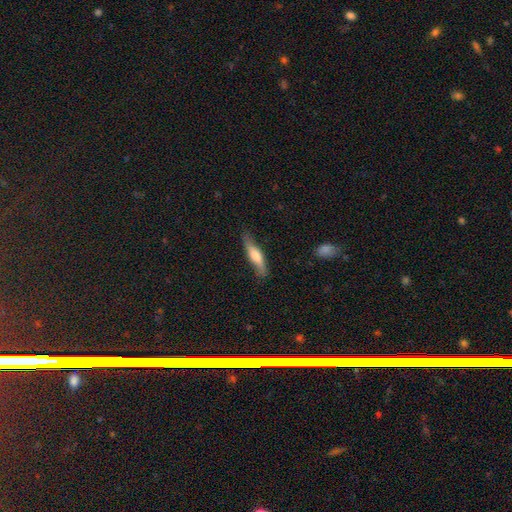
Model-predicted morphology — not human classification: smooth_or_featured: smooth (p=0.60) [alt: featured or disk p=0.35]
how_rounded: cigar-shaped (p=0.79) [alt: in between p=0.19]
merging: none (p=0.76) [alt: minor disturbance p=0.19]